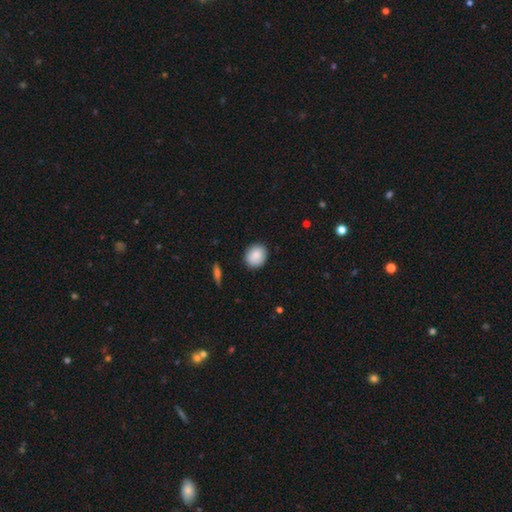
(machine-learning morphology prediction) Overall: smooth (87%). How rounded: round (73%). Merging: none (89%).